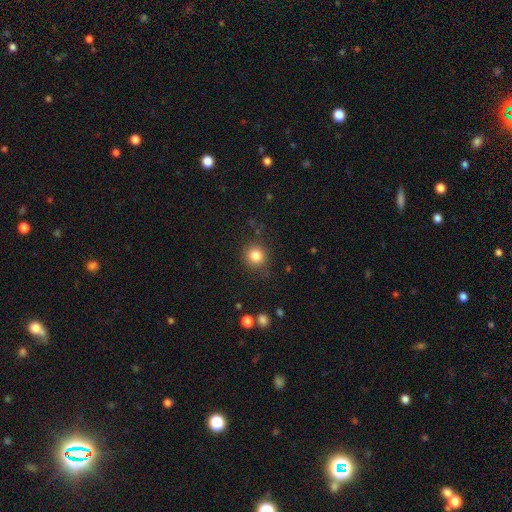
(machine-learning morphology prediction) The model was most divided on "smooth or featured": smooth: 83%, star or artifact: 12%, featured or disk: 6%. More confident: how rounded — round (90%); merging — none (85%).